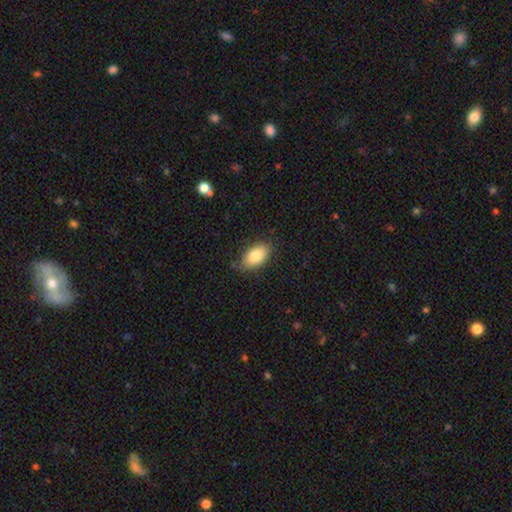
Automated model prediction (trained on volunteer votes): Smooth or featured? Predicted: smooth (p=0.82). How rounded? Predicted: in between (p=0.92). Merging? Predicted: none (p=0.78).